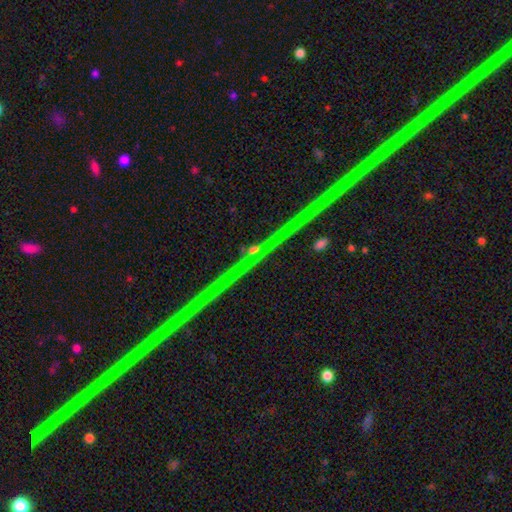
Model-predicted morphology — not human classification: star or artifact 89%, featured or disk 7%, smooth 4%.